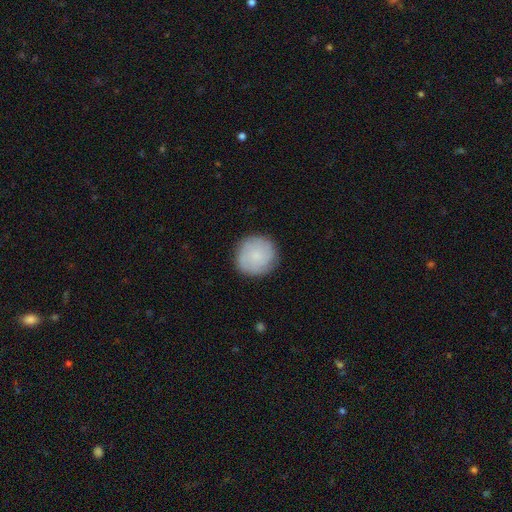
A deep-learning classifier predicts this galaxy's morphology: Q: Smooth or featured?
A: smooth (66%); runner-up: featured or disk (27%)
Q: How rounded?
A: round (93%); runner-up: in between (6%)
Q: Merging?
A: none (86%); runner-up: minor disturbance (10%)